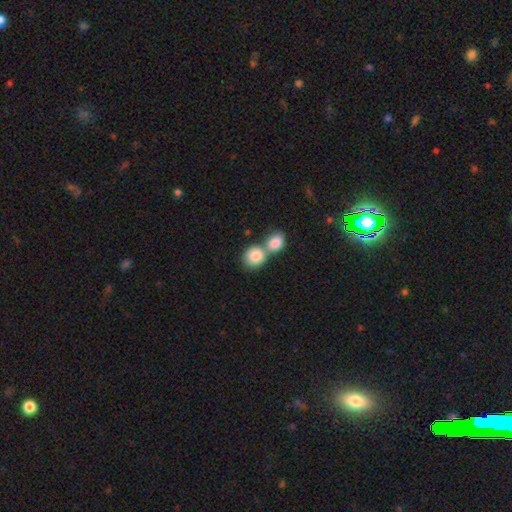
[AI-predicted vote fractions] This is clearly a smooth galaxy (83%). How rounded: likely round (72%). Merging: likely merger (66%).